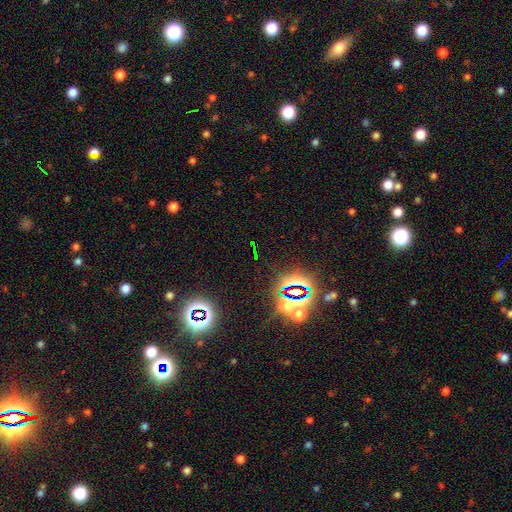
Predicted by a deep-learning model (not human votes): Q: Smooth or featured?
A: star or artifact (74%); runner-up: smooth (16%)